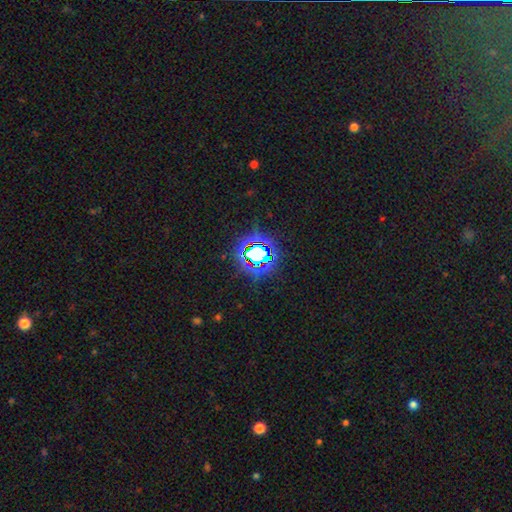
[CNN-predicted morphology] Smooth or featured? star or artifact (74%)